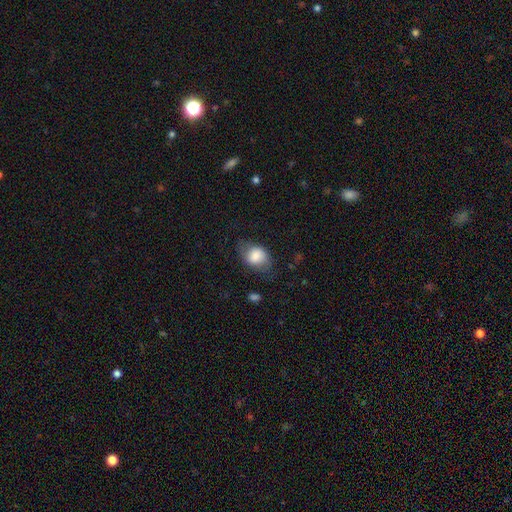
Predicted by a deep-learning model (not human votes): This is likely a smooth galaxy (78%). How rounded: likely in between (64%). Merging: likely none (61%).